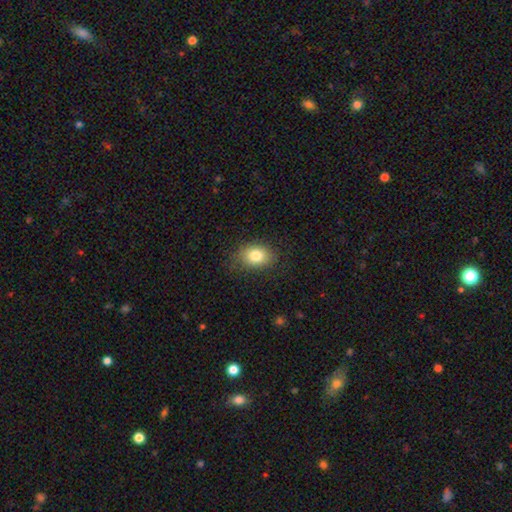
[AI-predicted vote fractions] Overall: smooth (82%). How rounded: in between (73%). Merging: none (81%).